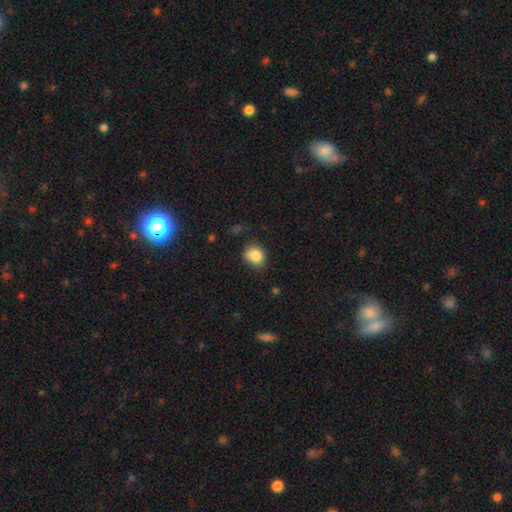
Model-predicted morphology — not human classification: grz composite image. It shows a smooth galaxy with no disk features (83%) that is round (69%). Merging: none (65%).